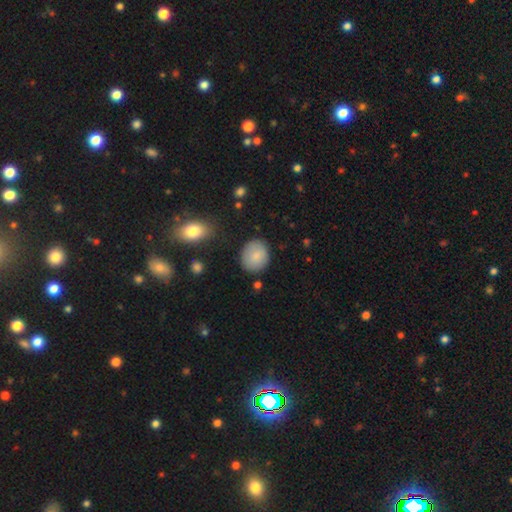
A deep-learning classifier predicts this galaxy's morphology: This appears to be a smooth galaxy with no disk features (85%) that is round (64%). Merging: none (83%).